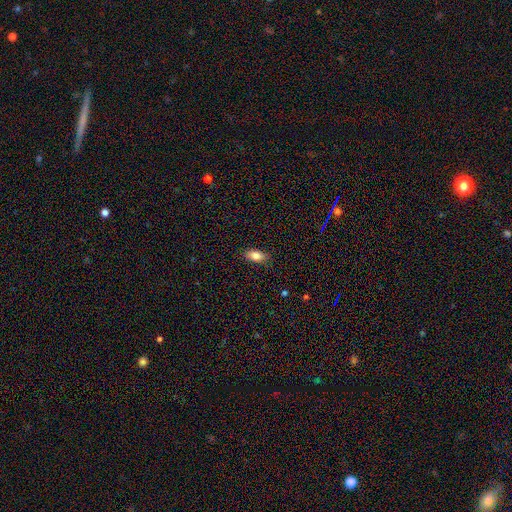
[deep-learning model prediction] smooth 83%, featured or disk 9%, star or artifact 8%. Down the decision tree: how rounded — in between (87%); merging — none (86%).